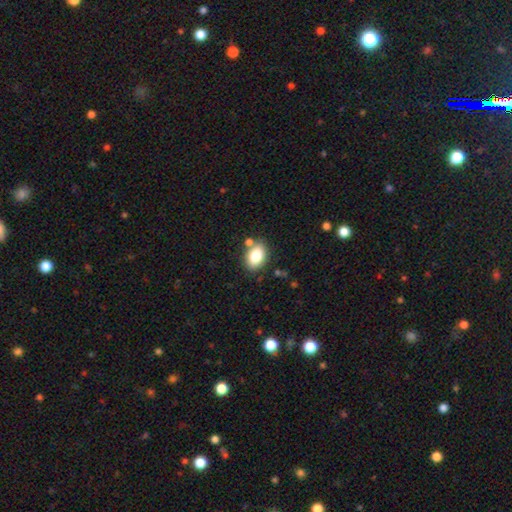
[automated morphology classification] smooth_or_featured: smooth (p=0.83) [alt: featured or disk p=0.09]
how_rounded: in between (p=0.81) [alt: round p=0.17]
merging: none (p=0.74) [alt: minor disturbance p=0.13]